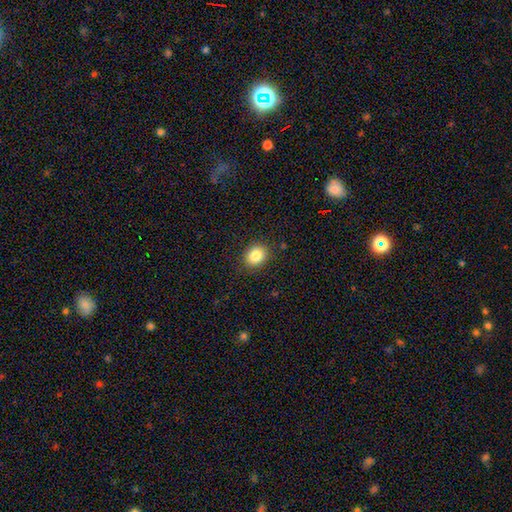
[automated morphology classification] Overall: smooth (85%). How rounded: round (53%; in between 46%). Merging: none (86%).